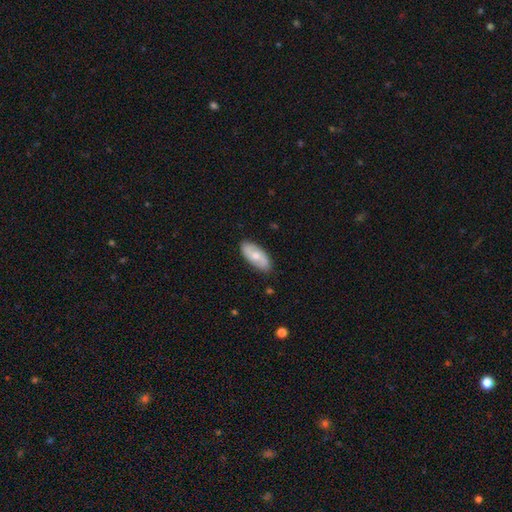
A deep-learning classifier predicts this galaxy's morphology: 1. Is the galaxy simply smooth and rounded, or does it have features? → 53% smooth, 42% featured or disk, 5% star or artifact.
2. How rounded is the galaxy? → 89% in between, 8% cigar-shaped, 3% round.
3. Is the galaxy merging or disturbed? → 84% none, 12% minor disturbance, 2% major disturbance, 1% merger.